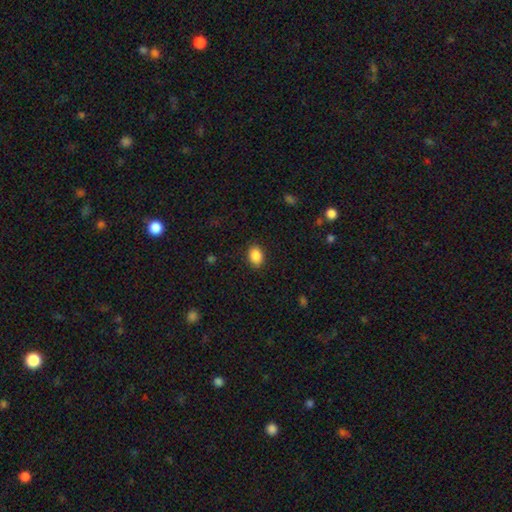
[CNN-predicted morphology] A smooth galaxy with no disk features (88%) that is in between round and cigar-shaped (70%). Merging: none (88%).